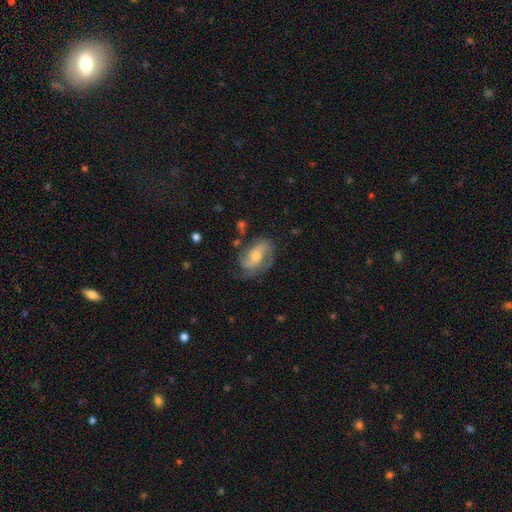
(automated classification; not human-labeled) featured or disk 74%, smooth 18%, star or artifact 8%. Down the decision tree: edge-on disk — no (96%); bar — no (50%); spiral arms — yes (91%); spiral arm count — 2 (62%); spiral winding — medium (44%); bulge size — moderate (54%); merging — none (62%).